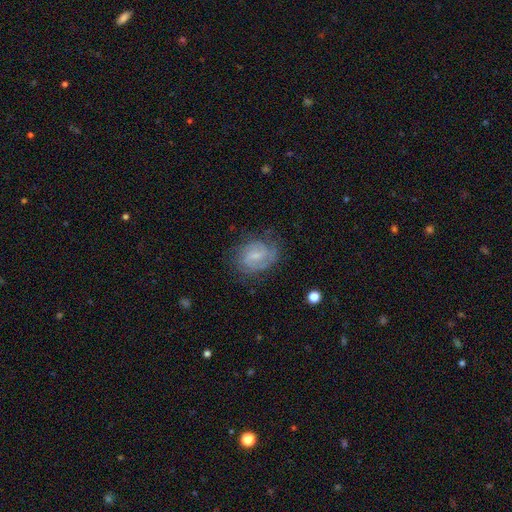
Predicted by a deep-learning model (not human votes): Smooth or featured?
  - featured or disk: 78% *
  - smooth: 15%
  - star or artifact: 7%
Edge-on disk?
  - no: 98% *
  - yes: 2%
Bar?
  - weak: 58% *
  - no: 28%
  - strong: 14%
Spiral arms?
  - yes: 94% *
  - no: 6%
Spiral winding?
  - tight: 49% *
  - medium: 40%
  - loose: 11%
Spiral arm count?
  - 2: 65% *
  - can't tell: 17%
  - 3: 9%
  - 1: 4%
  - 4: 2%
  - more than 4: 2%
Bulge size?
  - small: 63% *
  - moderate: 22%
  - none: 13%
  - large: 1%
  - dominant: 1%
Merging?
  - none: 72% *
  - minor disturbance: 18%
  - major disturbance: 8%
  - merger: 1%